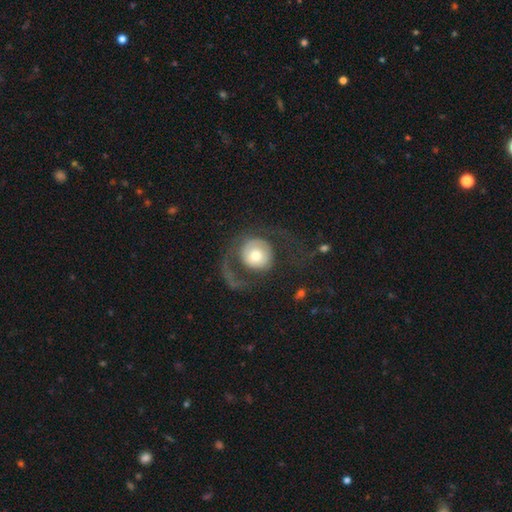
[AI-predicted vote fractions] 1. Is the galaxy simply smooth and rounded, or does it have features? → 50% featured or disk, 43% smooth, 7% star or artifact.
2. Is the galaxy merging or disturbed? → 49% major disturbance, 38% none, 11% minor disturbance, 3% merger.